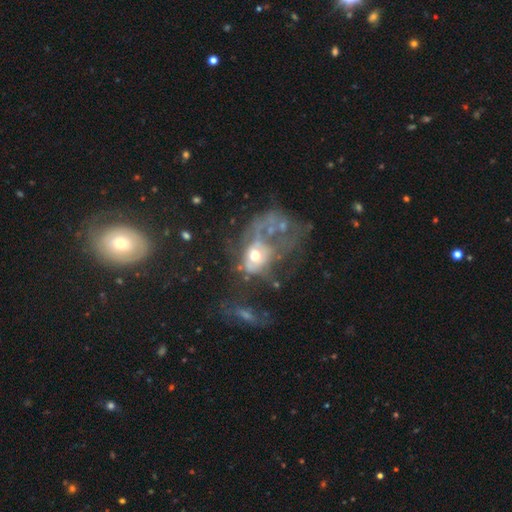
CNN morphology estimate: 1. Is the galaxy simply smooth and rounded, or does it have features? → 59% featured or disk, 28% smooth, 13% star or artifact.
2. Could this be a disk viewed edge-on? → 96% no, 4% yes.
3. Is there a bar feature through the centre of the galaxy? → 85% no, 12% weak, 3% strong.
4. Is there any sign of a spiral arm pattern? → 77% no, 23% yes.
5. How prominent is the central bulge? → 59% moderate, 22% small, 12% large, 5% none, 2% dominant.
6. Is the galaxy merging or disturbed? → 53% major disturbance, 22% merger, 15% none, 10% minor disturbance.